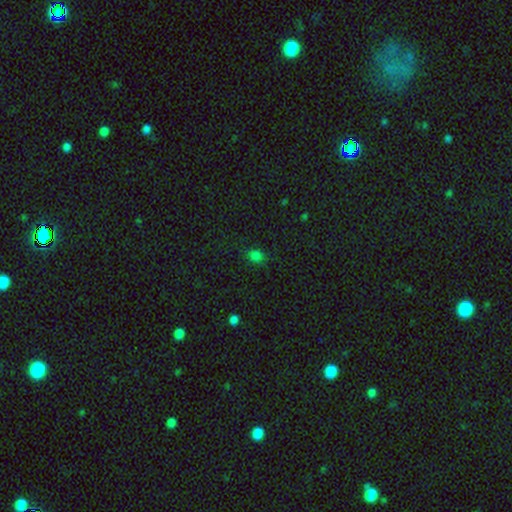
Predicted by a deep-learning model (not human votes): Smooth or featured: smooth — 76% (star or artifact — 20%)
How rounded: round — 57% (in between — 42%)
Merging: none — 81% (minor disturbance — 14%)